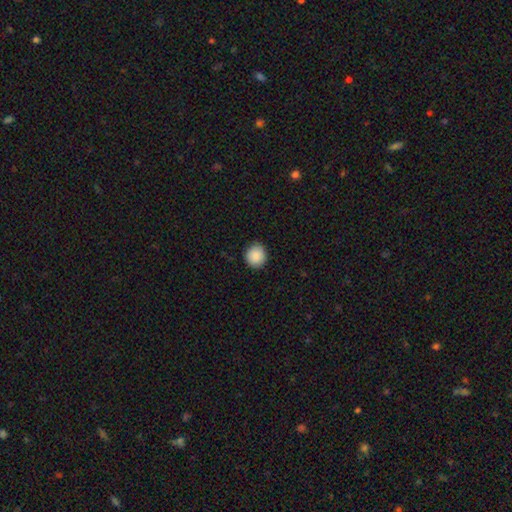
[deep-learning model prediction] Morphology: type=smooth (89%); roundness=round (90%); merging=none (90%).